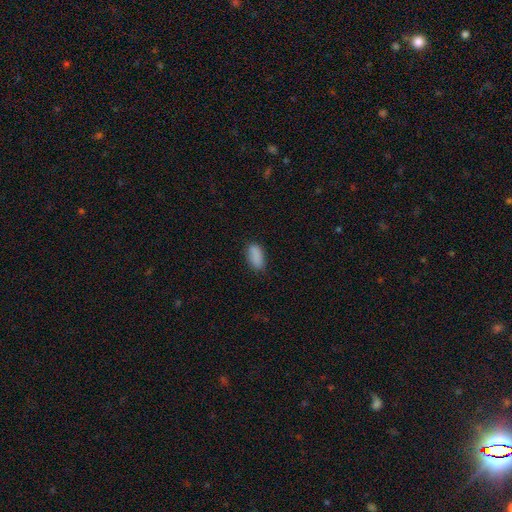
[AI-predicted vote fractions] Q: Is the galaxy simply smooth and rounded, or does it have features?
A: smooth — 86%.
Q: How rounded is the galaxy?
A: in between — 87%.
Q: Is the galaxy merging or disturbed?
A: none — 77%.